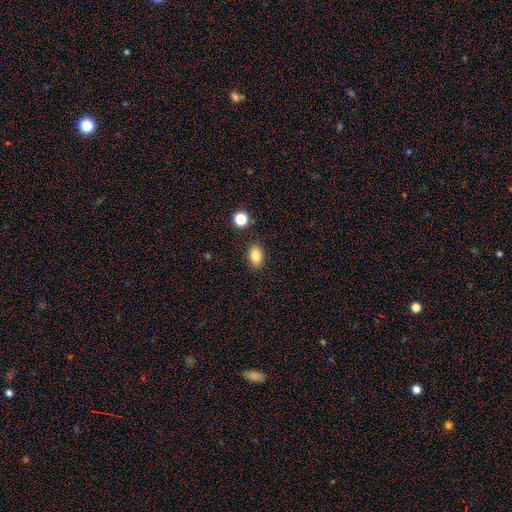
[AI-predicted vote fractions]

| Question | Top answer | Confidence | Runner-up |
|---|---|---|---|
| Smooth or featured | smooth | 82% | star or artifact (10%) |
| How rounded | in between | 83% | round (16%) |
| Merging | none | 86% | minor disturbance (9%) |